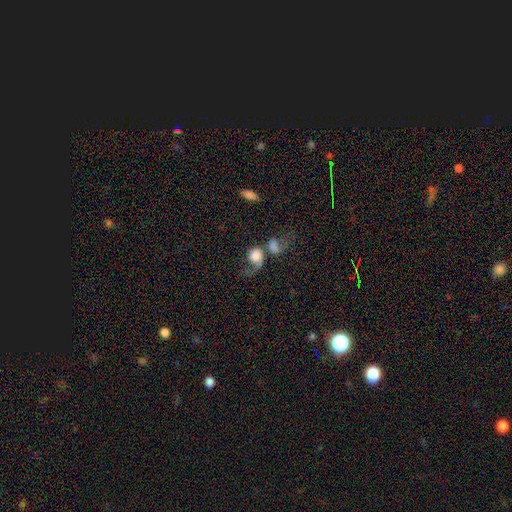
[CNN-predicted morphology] Smooth or featured: smooth — 65% (featured or disk — 25%)
How rounded: round — 64% (in between — 34%)
Merging: merger — 47% (major disturbance — 28%)